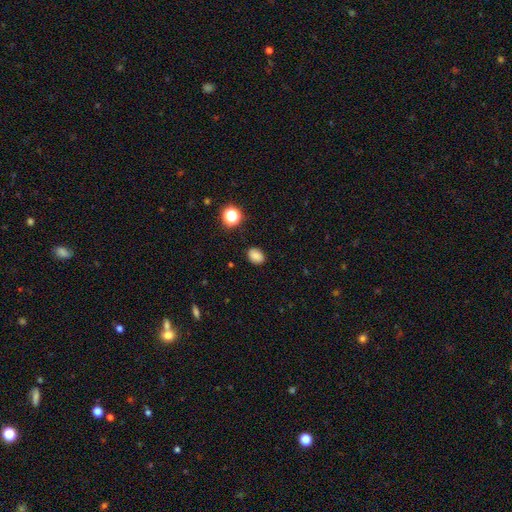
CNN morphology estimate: The model was most divided on "how rounded": in between: 67%, round: 32%, cigar-shaped: 1%. More confident: merging — none (85%); smooth or featured — smooth (83%).